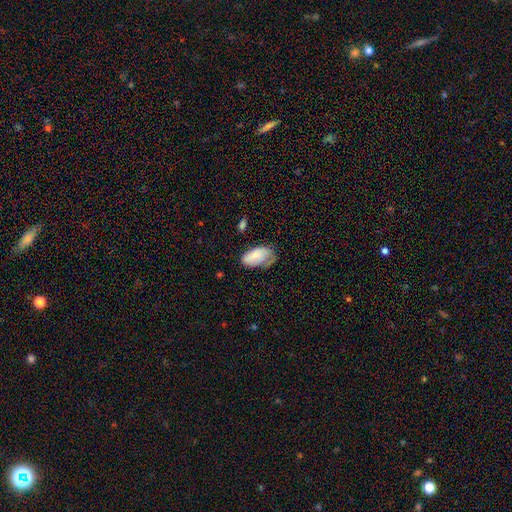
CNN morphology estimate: smooth_or_featured: smooth (p=0.78) [alt: featured or disk p=0.15]
how_rounded: in between (p=0.94) [alt: round p=0.03]
merging: none (p=0.41) [alt: minor disturbance p=0.38]